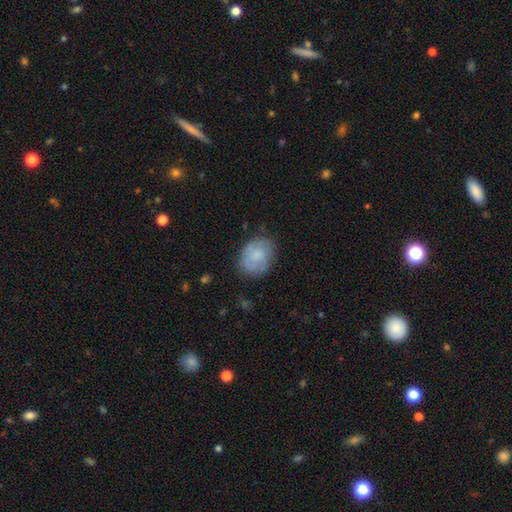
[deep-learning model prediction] This is likely a smooth galaxy (64%). How rounded: possibly in between (57%). Merging: likely none (69%).